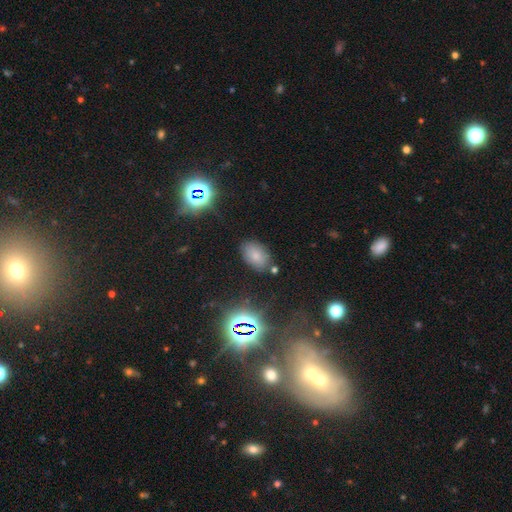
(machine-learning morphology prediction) A smooth galaxy with no disk features (73%) that is in between round and cigar-shaped (88%).

Vote fractions:
- Smooth or featured? smooth: 73% / star or artifact: 17% / featured or disk: 11%
- How rounded? in between: 88% / round: 10% / cigar-shaped: 1%
- Merging? none: 79% / minor disturbance: 13% / major disturbance: 4% / merger: 4%